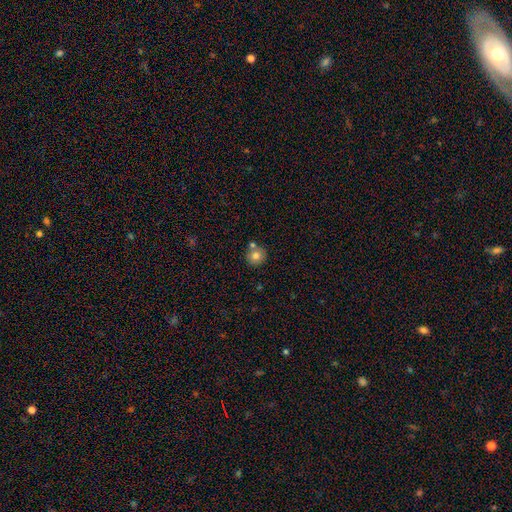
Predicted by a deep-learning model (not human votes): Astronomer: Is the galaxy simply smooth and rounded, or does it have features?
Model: smooth — 79%.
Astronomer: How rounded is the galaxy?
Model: round — 92%.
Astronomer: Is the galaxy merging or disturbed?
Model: none — 70%.